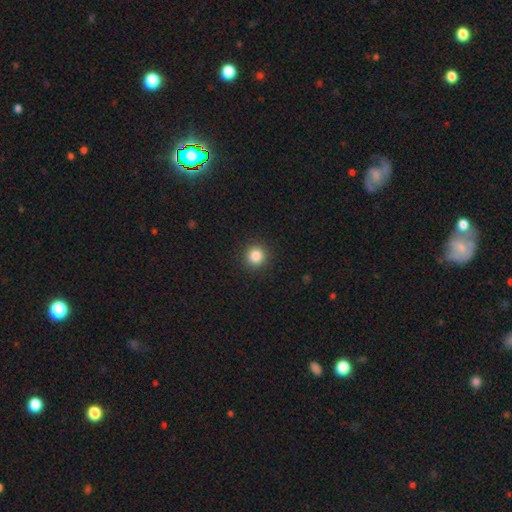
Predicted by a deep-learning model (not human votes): This is clearly a smooth galaxy (85%). How rounded: clearly round (94%). Merging: clearly none (92%).